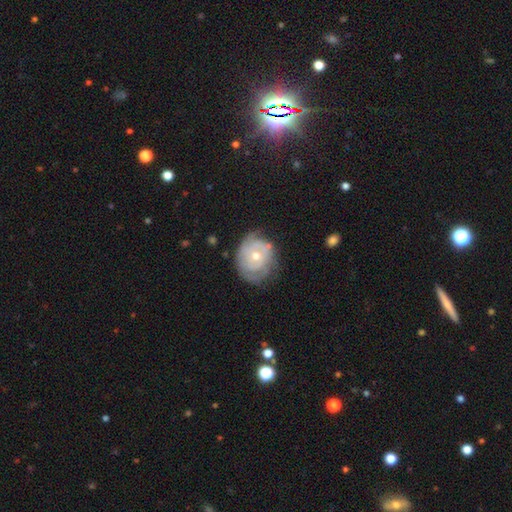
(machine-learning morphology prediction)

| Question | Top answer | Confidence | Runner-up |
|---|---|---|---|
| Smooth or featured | featured or disk | 68% | smooth (26%) |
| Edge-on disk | no | 97% | yes (3%) |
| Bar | no | 83% | weak (15%) |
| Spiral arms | yes | 74% | no (26%) |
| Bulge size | moderate | 58% | small (37%) |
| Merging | none | 58% | minor disturbance (29%) |